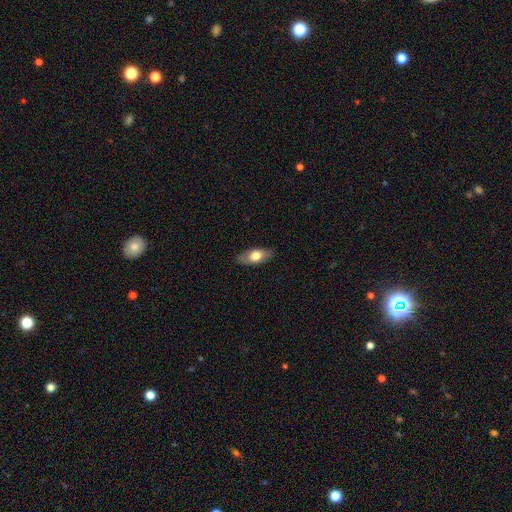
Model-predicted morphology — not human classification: Q: Smooth or featured?
A: smooth (69%); runner-up: featured or disk (25%)
Q: How rounded?
A: in between (87%); runner-up: cigar-shaped (10%)
Q: Merging?
A: none (86%); runner-up: minor disturbance (11%)